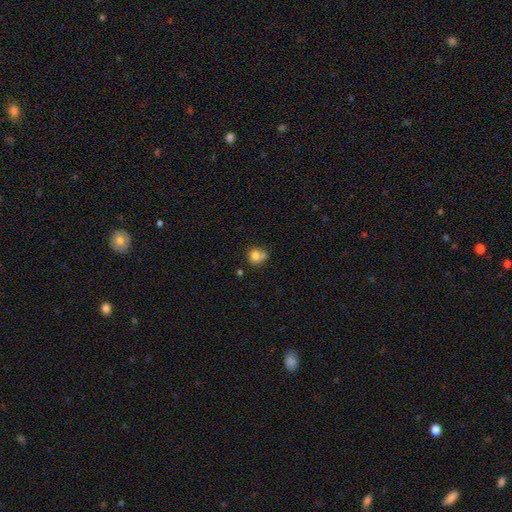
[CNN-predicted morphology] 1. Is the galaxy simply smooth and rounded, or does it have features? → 79% smooth, 11% featured or disk, 11% star or artifact.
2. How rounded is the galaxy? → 83% round, 17% in between, 1% cigar-shaped.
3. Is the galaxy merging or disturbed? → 51% none, 28% merger, 16% minor disturbance, 6% major disturbance.